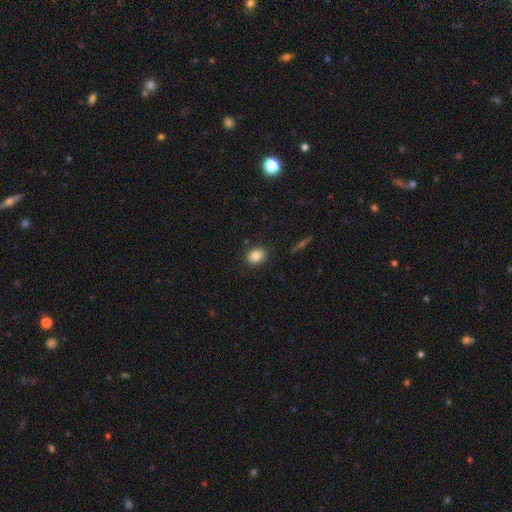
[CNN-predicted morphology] Q: Smooth or featured?
A: smooth (84%); runner-up: star or artifact (9%)
Q: How rounded?
A: in between (55%); runner-up: round (44%)
Q: Merging?
A: none (87%); runner-up: minor disturbance (9%)